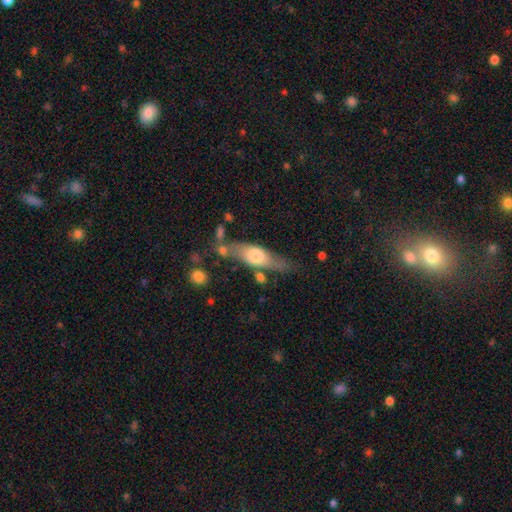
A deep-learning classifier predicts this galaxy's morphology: Smooth or featured: smooth — 52% (featured or disk — 42%)
How rounded: cigar-shaped — 50% (in between — 47%)
Merging: none — 64% (minor disturbance — 19%)